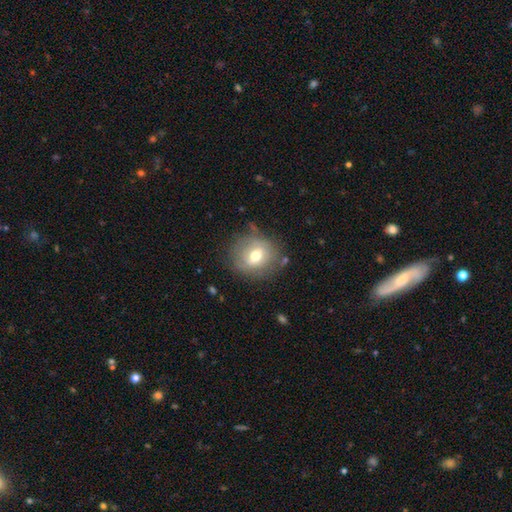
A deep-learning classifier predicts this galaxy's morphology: The model was most divided on "smooth or featured": smooth: 56%, featured or disk: 35%, star or artifact: 9%. More confident: how rounded — round (78%); merging — none (70%).